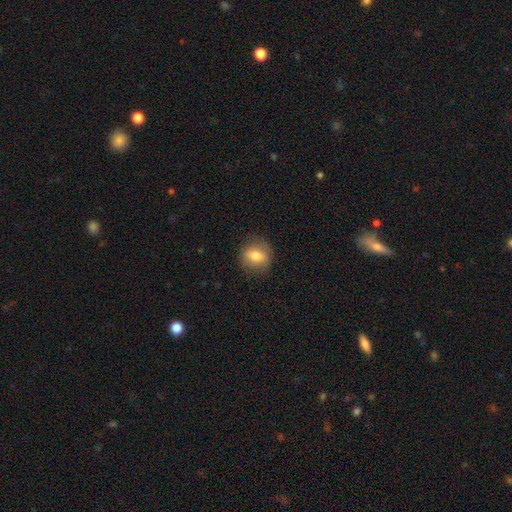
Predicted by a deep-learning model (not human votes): Morphology: type=smooth (71%); roundness=round (71%); merging=none (84%).